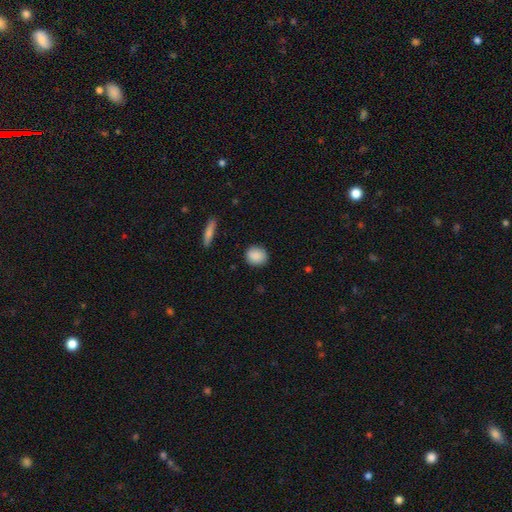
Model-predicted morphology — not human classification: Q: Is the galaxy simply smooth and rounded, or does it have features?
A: smooth — 89%.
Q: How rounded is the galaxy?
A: round — 75%.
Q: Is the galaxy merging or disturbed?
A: none — 88%.